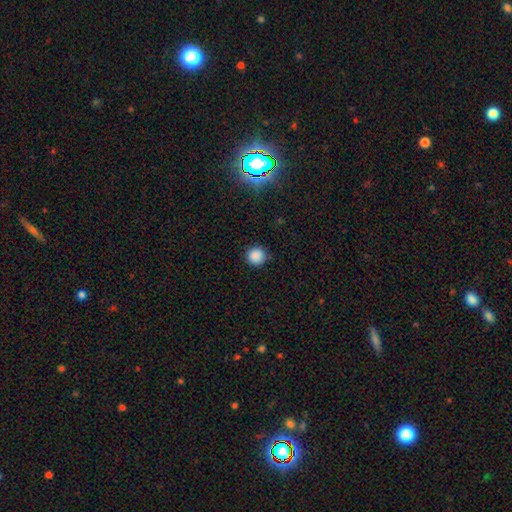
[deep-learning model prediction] Q: Smooth or featured?
A: smooth (86%); runner-up: star or artifact (11%)
Q: How rounded?
A: round (95%); runner-up: in between (4%)
Q: Merging?
A: none (90%); runner-up: minor disturbance (7%)